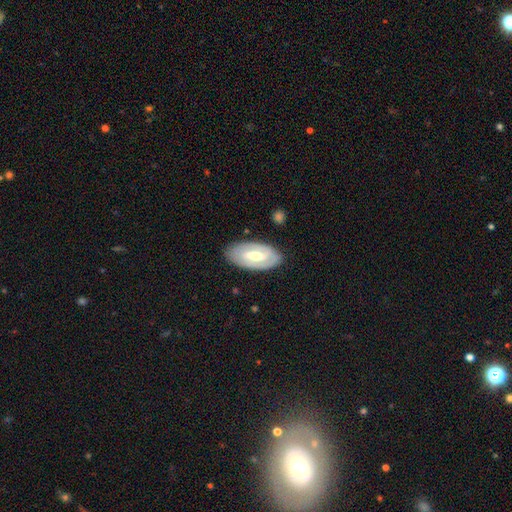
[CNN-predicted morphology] A featured or disk galaxy (66%) with a weak bar (42%), spiral arms (50%, tied with no) and a moderate central bulge (67%). Merging: none (84%).